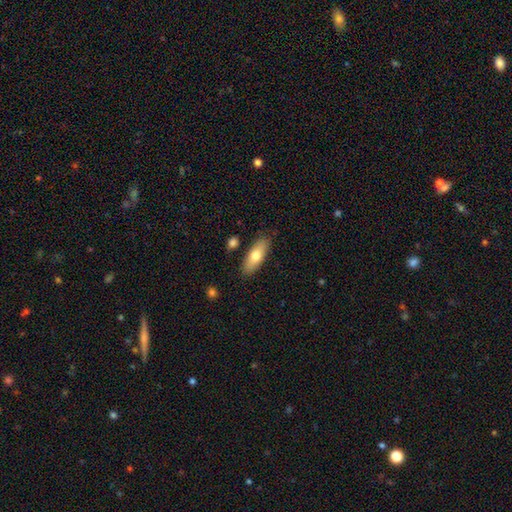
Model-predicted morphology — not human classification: Smooth or featured: smooth — 71% (featured or disk — 23%)
How rounded: in between — 68% (cigar-shaped — 29%)
Merging: none — 85% (minor disturbance — 10%)